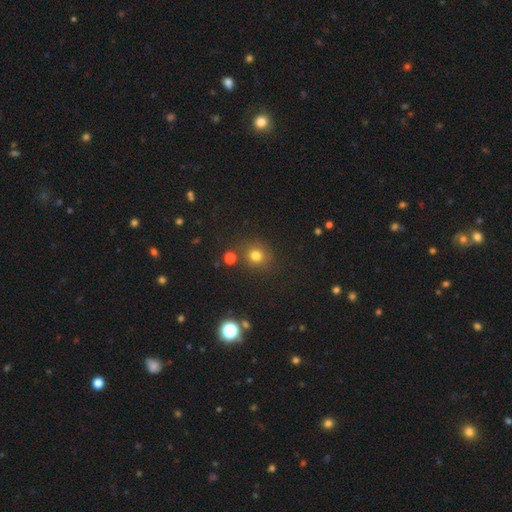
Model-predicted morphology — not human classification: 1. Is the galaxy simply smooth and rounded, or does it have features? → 76% smooth, 18% star or artifact, 7% featured or disk.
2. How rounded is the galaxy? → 86% round, 13% in between, 1% cigar-shaped.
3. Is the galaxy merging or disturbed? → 80% none, 10% minor disturbance, 7% merger, 4% major disturbance.